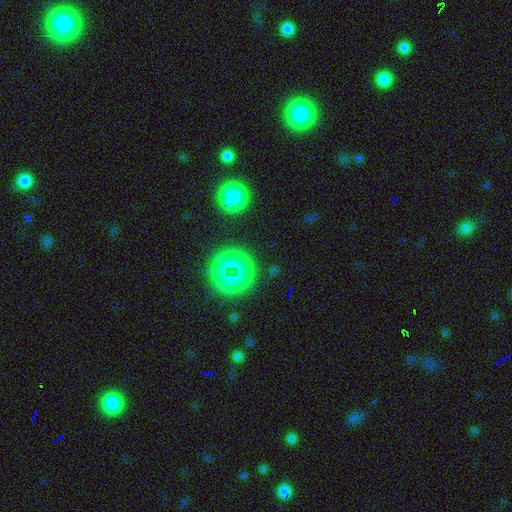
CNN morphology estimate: This is likely a star or artifact rather than a galaxy (67%).